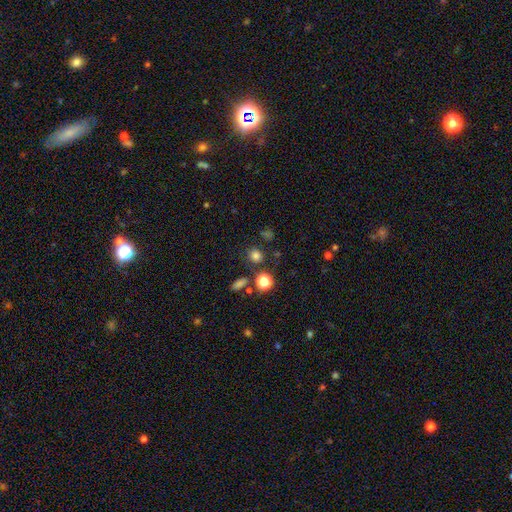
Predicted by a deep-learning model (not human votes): Morphology: type=smooth (77%); roundness=round (86%); merging=none (81%).